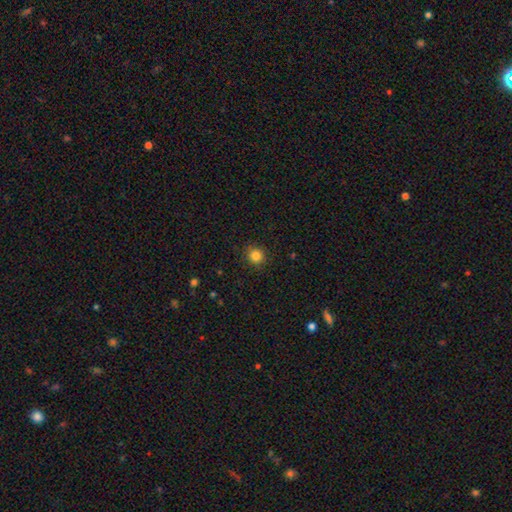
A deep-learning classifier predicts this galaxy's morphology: This is clearly a smooth galaxy (83%). How rounded: clearly round (89%). Merging: clearly none (90%).